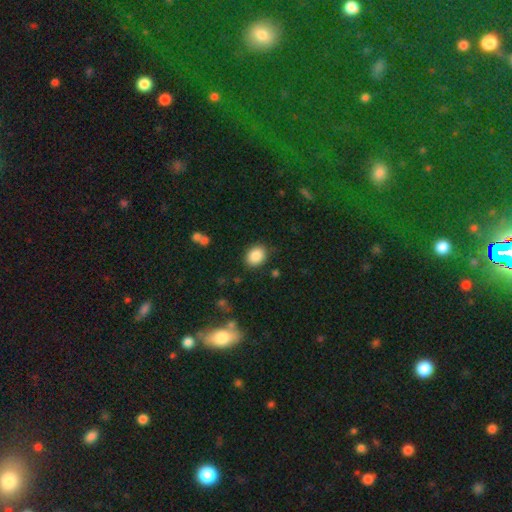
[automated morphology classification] Smooth or featured?
  - smooth: 87% *
  - star or artifact: 9%
  - featured or disk: 5%
How rounded?
  - in between: 52% *
  - round: 47%
  - cigar-shaped: 1%
Merging?
  - none: 84% *
  - minor disturbance: 11%
  - major disturbance: 3%
  - merger: 2%